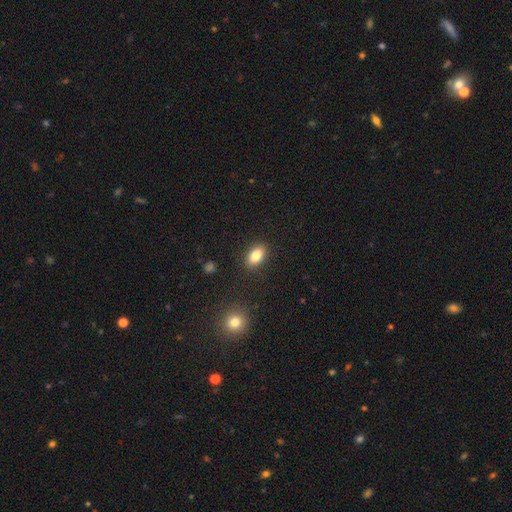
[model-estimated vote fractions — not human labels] smooth-or-featured: smooth: 83% | featured or disk: 9% | star or artifact: 8%
  how-rounded: in between: 88% | round: 9% | cigar-shaped: 3%
  merging: none: 88% | minor disturbance: 8% | major disturbance: 2% | merger: 1%